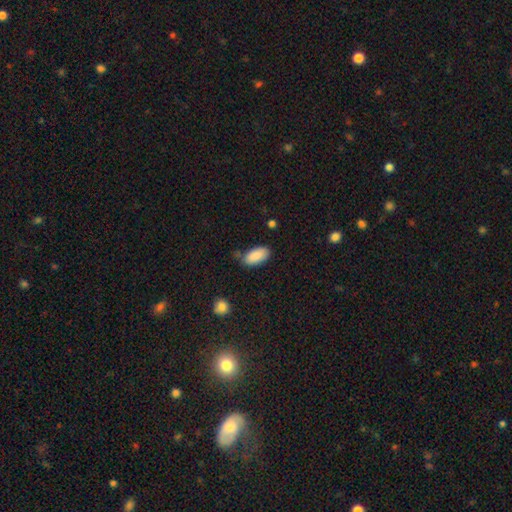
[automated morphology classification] Smooth or featured: smooth — 89% (star or artifact — 7%)
How rounded: in between — 93% (cigar-shaped — 5%)
Merging: none — 72% (minor disturbance — 20%)